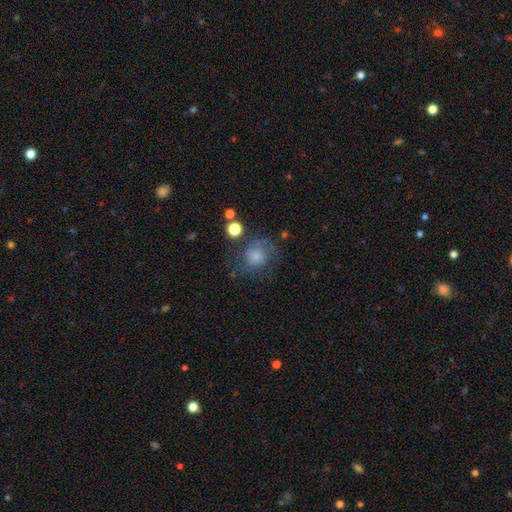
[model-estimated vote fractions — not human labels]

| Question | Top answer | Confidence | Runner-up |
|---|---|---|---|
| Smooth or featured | smooth | 70% | featured or disk (19%) |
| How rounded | round | 76% | in between (23%) |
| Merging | none | 54% | minor disturbance (23%) |